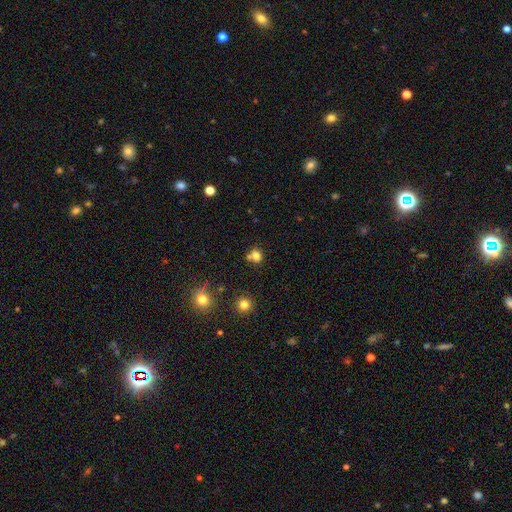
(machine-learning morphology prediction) smooth_or_featured: smooth (p=0.76) [alt: star or artifact p=0.15]
how_rounded: round (p=0.73) [alt: in between p=0.26]
merging: none (p=0.56) [alt: merger p=0.29]